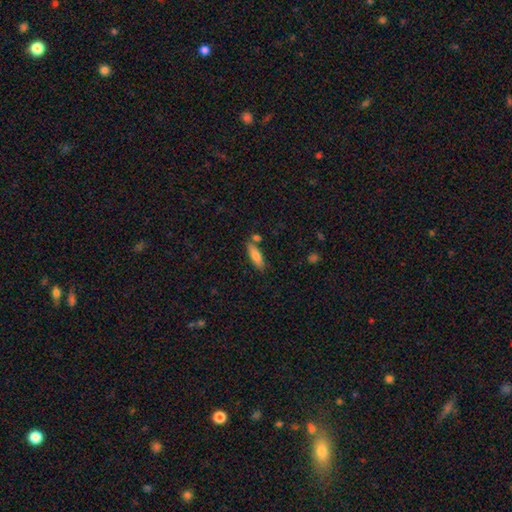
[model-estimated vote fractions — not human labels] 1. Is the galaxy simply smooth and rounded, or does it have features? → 78% smooth, 16% featured or disk, 6% star or artifact.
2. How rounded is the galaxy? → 53% cigar-shaped, 45% in between, 2% round.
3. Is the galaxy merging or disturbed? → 74% none, 13% minor disturbance, 11% merger, 3% major disturbance.